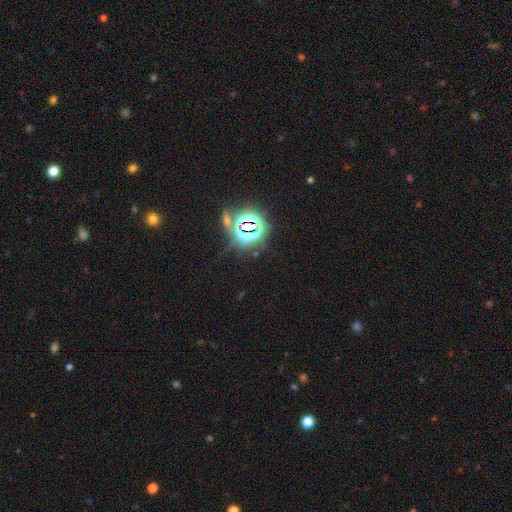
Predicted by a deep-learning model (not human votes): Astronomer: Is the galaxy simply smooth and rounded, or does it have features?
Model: star or artifact — 76%.